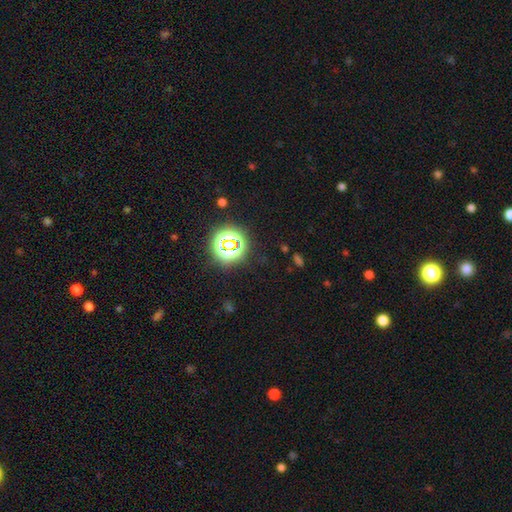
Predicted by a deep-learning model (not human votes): This appears to be a star or artifact, not a galaxy (77%).